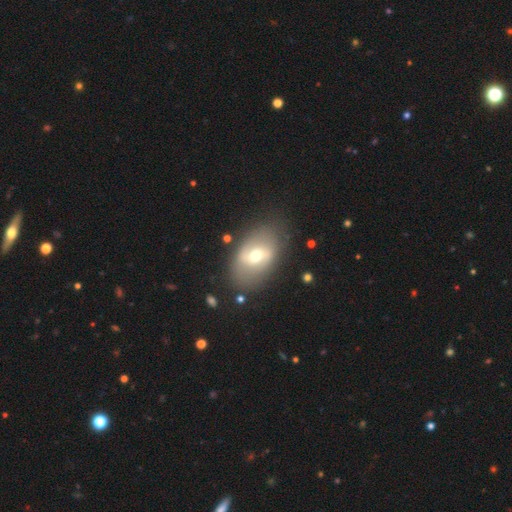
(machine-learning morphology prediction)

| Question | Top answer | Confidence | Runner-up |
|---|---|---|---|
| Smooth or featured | featured or disk | 56% | smooth (37%) |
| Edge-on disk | no | 93% | yes (7%) |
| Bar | weak | 49% | strong (27%) |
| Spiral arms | no | 51% | yes (49%) |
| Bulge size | moderate | 65% | small (23%) |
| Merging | none | 77% | minor disturbance (15%) |